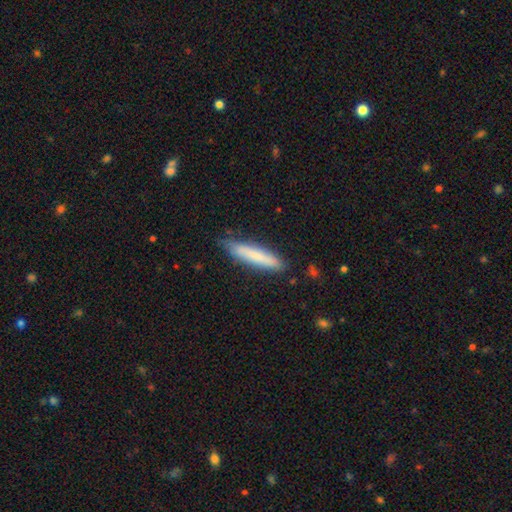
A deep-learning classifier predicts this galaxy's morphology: This is likely a smooth galaxy (75%). How rounded: clearly cigar-shaped (89%). Merging: clearly none (81%).